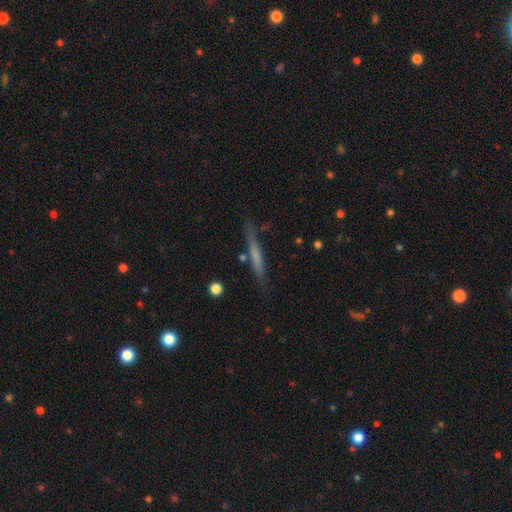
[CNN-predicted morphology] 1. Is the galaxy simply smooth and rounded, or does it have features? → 56% smooth, 37% featured or disk, 7% star or artifact.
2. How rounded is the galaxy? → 94% cigar-shaped, 4% in between, 2% round.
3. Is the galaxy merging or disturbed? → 78% none, 14% minor disturbance, 4% merger, 4% major disturbance.